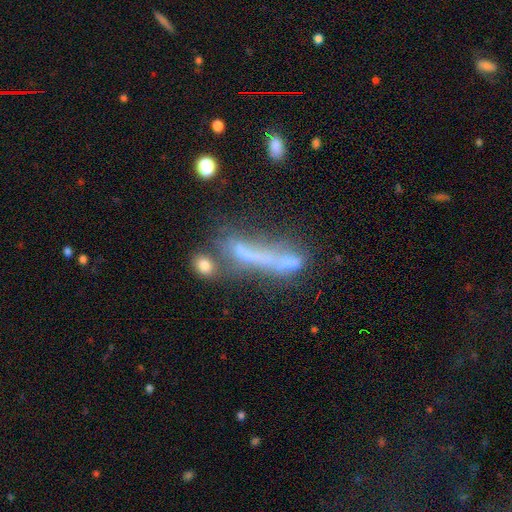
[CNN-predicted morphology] Smooth or featured?
  - featured or disk: 44% *
  - smooth: 39%
  - star or artifact: 17%
Merging?
  - merger: 33% *
  - none: 26%
  - major disturbance: 25%
  - minor disturbance: 16%